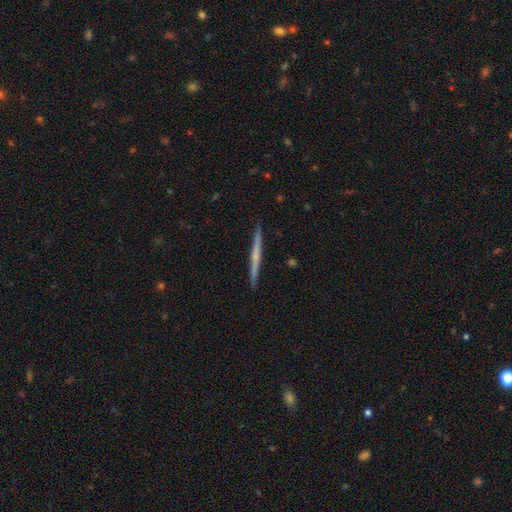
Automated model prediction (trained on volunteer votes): A featured or disk galaxy (59%) viewed edge-on (98%) with no central bulge (64%).

Vote fractions:
- Smooth or featured? featured or disk: 59% / smooth: 36% / star or artifact: 6%
- Edge-on disk? yes: 98% / no: 2%
- Edge-on bulge? none: 64% / rounded: 30% / boxy: 6%
- Merging? none: 92% / minor disturbance: 5% / major disturbance: 1% / merger: 1%